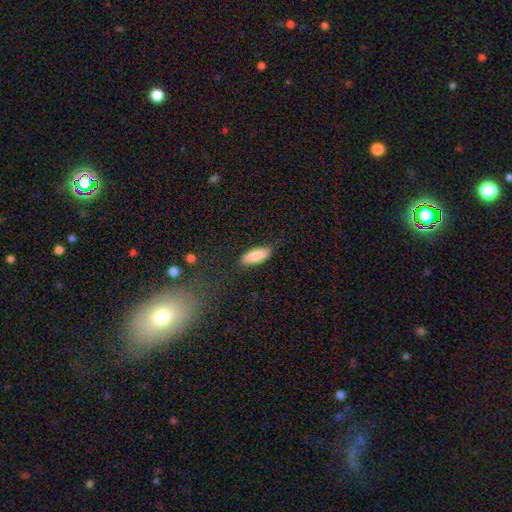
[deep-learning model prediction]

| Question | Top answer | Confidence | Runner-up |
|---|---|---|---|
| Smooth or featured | smooth | 87% | featured or disk (7%) |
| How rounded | in between | 73% | cigar-shaped (25%) |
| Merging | none | 81% | minor disturbance (14%) |